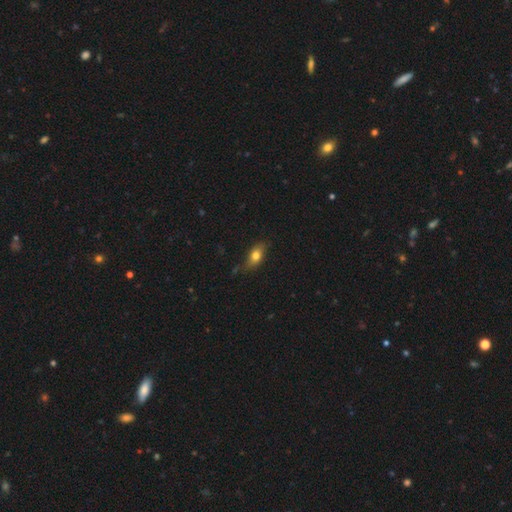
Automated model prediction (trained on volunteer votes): Morphology: type=smooth (73%); roundness=in between (79%); merging=none (70%).